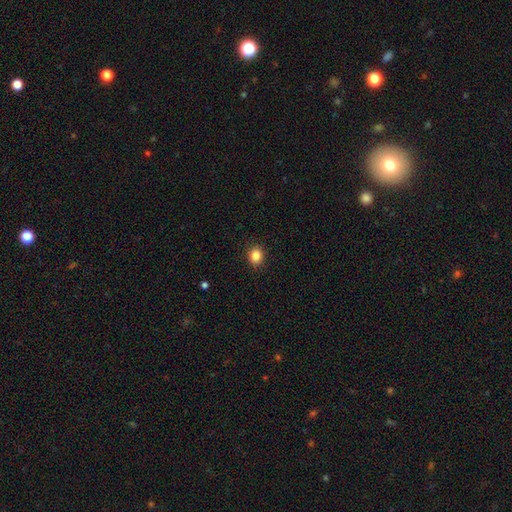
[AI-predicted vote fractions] This is clearly a smooth galaxy (85%). How rounded: likely round (71%). Merging: clearly none (91%).